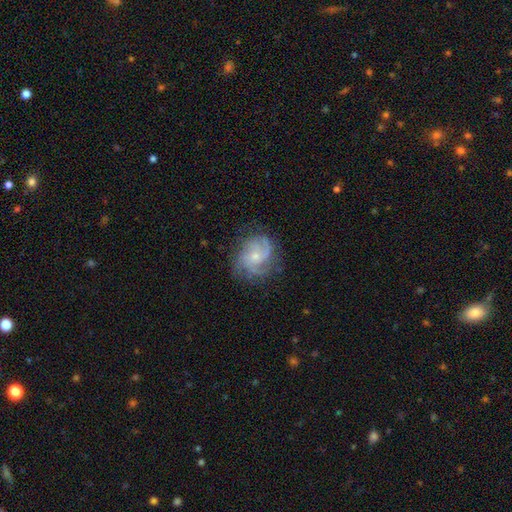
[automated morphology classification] A featured or disk galaxy (79%) with no bar (72%), 3 (29%) medium (43%) spiral arms (94%) and a small central bulge (63%). Merging: none (69%).